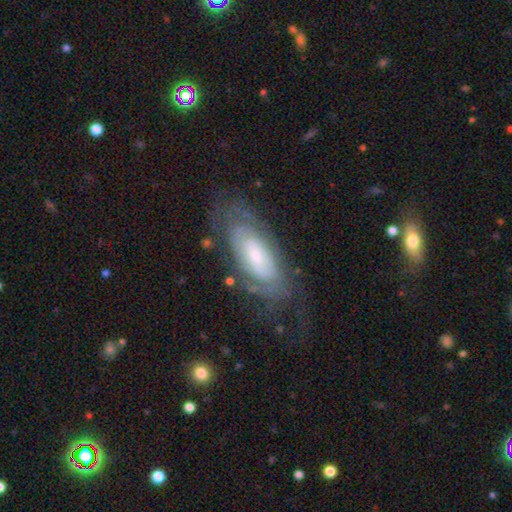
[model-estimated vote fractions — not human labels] Q: Smooth or featured?
A: featured or disk (70%); runner-up: smooth (23%)
Q: Edge-on disk?
A: no (89%); runner-up: yes (11%)
Q: Bar?
A: no (61%); runner-up: weak (30%)
Q: Spiral arms?
A: yes (80%); runner-up: no (20%)
Q: Bulge size?
A: small (57%); runner-up: moderate (32%)
Q: Merging?
A: none (64%); runner-up: minor disturbance (20%)